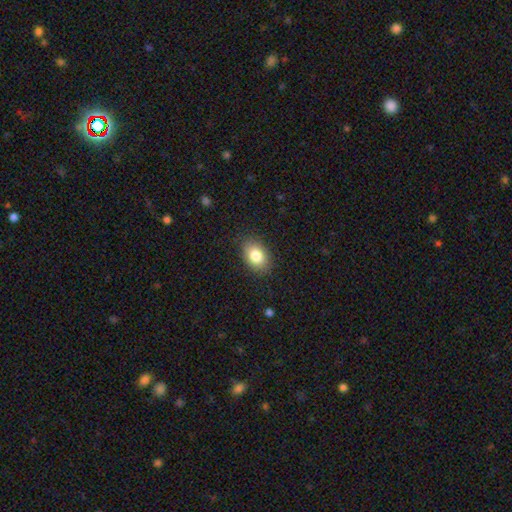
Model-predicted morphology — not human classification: Smooth or featured? Predicted: smooth (p=0.82). How rounded? Predicted: in between (p=0.82). Merging? Predicted: none (p=0.85).